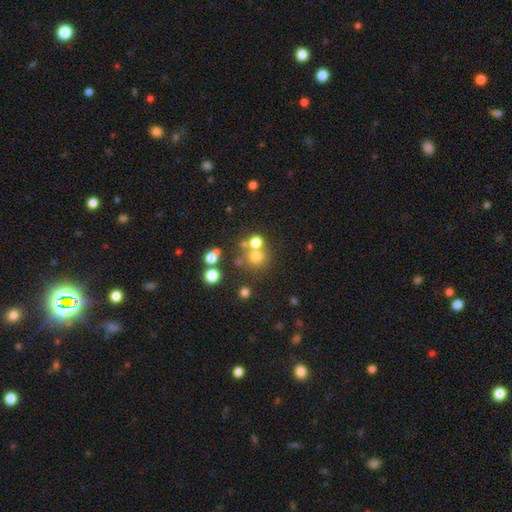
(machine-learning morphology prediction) This appears to be a smooth galaxy with no disk features (69%) that is round (89%). Merging: none (61%).